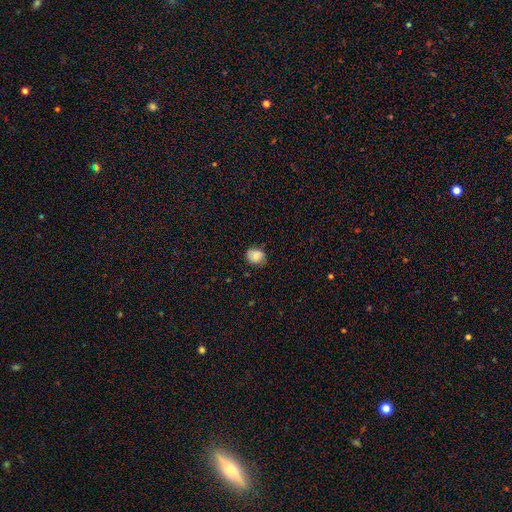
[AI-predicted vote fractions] The model was most divided on "how rounded": round: 66%, in between: 34%, cigar-shaped: 1%. More confident: smooth or featured — smooth (79%); merging — none (74%).